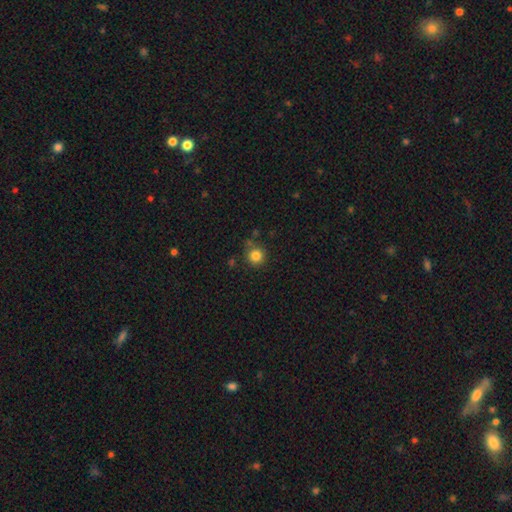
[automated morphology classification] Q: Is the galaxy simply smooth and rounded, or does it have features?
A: smooth — 84%.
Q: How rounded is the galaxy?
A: round — 93%.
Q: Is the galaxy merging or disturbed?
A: none — 79%.